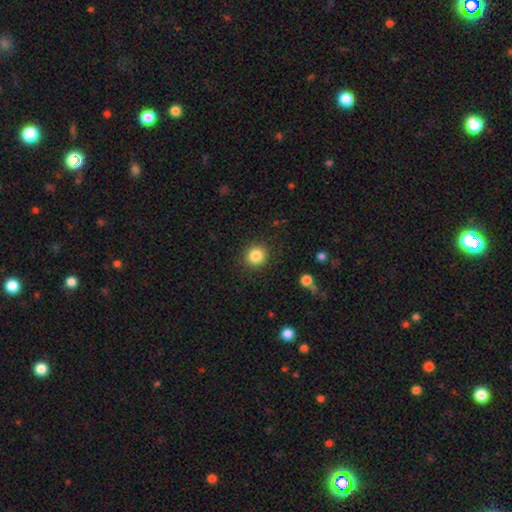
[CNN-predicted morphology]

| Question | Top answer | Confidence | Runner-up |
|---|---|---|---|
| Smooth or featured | smooth | 85% | star or artifact (10%) |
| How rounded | round | 88% | in between (11%) |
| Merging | none | 90% | minor disturbance (7%) |